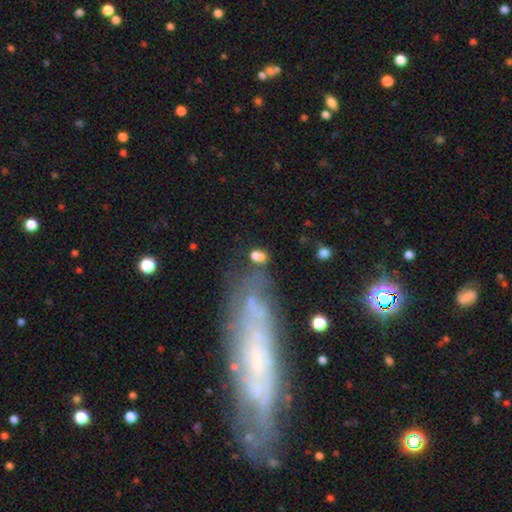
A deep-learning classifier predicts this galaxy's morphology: Smooth or featured?
  - smooth: 73% *
  - star or artifact: 14%
  - featured or disk: 13%
How rounded?
  - in between: 75% *
  - round: 22%
  - cigar-shaped: 3%
Merging?
  - none: 54% *
  - minor disturbance: 18%
  - merger: 16%
  - major disturbance: 13%